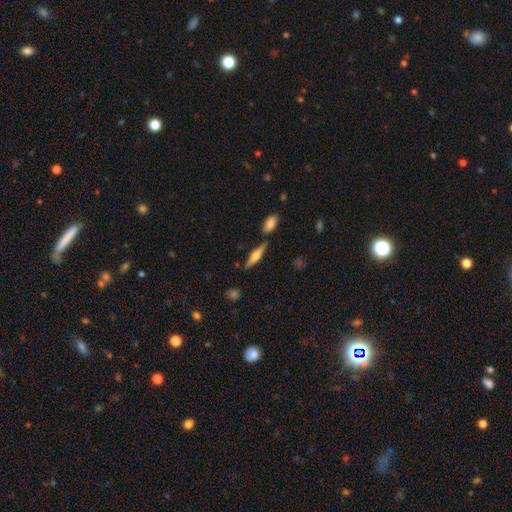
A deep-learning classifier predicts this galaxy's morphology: A featured or disk galaxy (59%) viewed edge-on (96%) with a rounded central bulge (86%). Merging: none (80%).